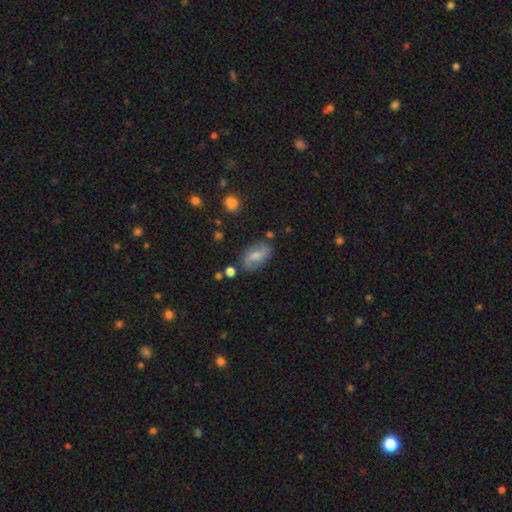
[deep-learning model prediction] This appears to be a smooth galaxy with no disk features (51%) that is in between round and cigar-shaped (89%). Merging: none (75%).